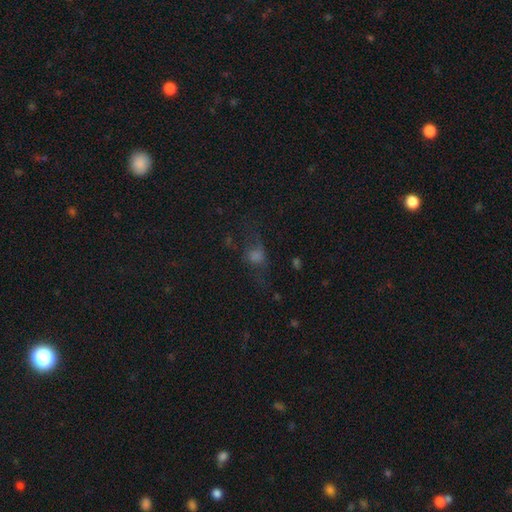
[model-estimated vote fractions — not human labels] Overall: smooth (43%; featured or disk 30%). Merging: none (52%; major disturbance 26%).